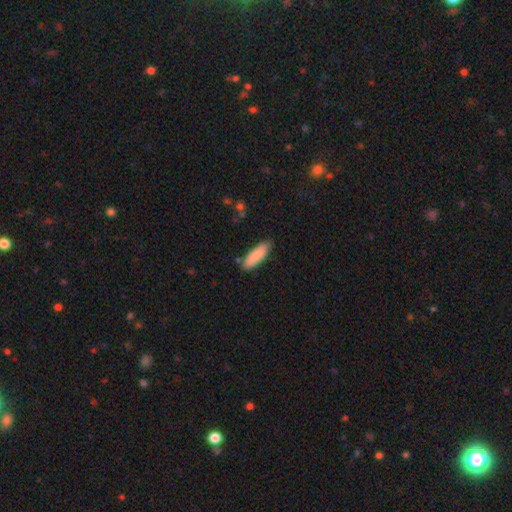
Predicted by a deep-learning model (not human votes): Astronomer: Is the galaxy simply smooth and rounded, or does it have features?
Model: smooth — 86%.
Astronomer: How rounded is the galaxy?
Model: in between — 56% (runner-up: cigar-shaped, 42%).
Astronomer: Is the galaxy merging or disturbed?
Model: none — 81%.